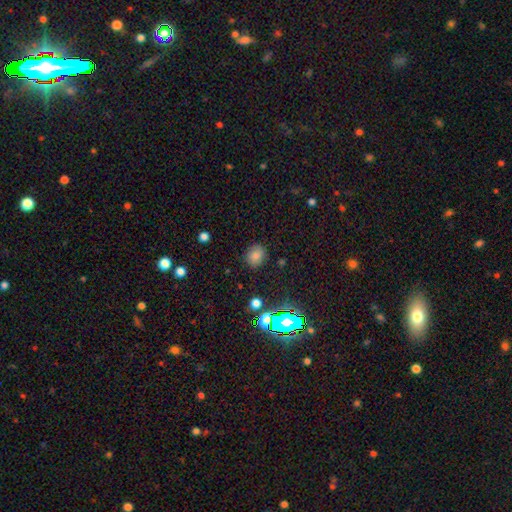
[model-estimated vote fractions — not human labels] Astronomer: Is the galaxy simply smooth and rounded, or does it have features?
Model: smooth — 76%.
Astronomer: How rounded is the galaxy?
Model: round — 65%.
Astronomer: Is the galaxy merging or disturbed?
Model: none — 84%.